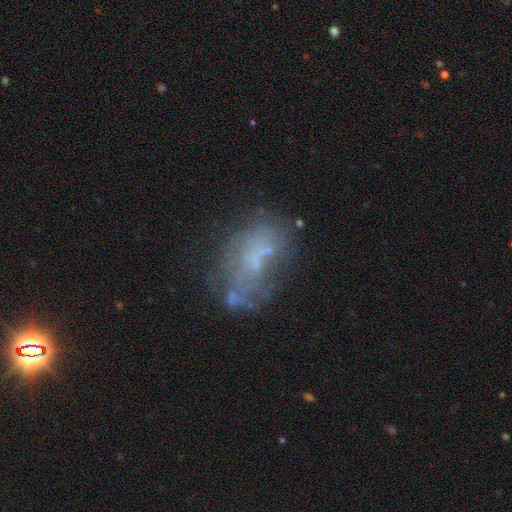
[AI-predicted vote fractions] Smooth or featured?
  - featured or disk: 50% *
  - smooth: 34%
  - star or artifact: 16%
Merging?
  - none: 41% *
  - major disturbance: 25%
  - minor disturbance: 21%
  - merger: 12%